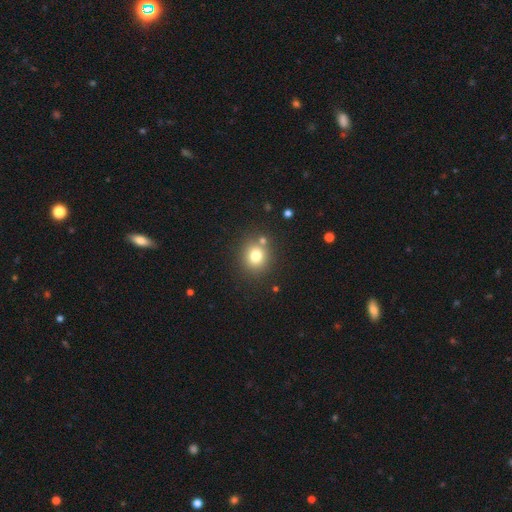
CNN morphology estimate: This appears to be a smooth galaxy with no disk features (76%) that is round (84%). Merging: none (80%).